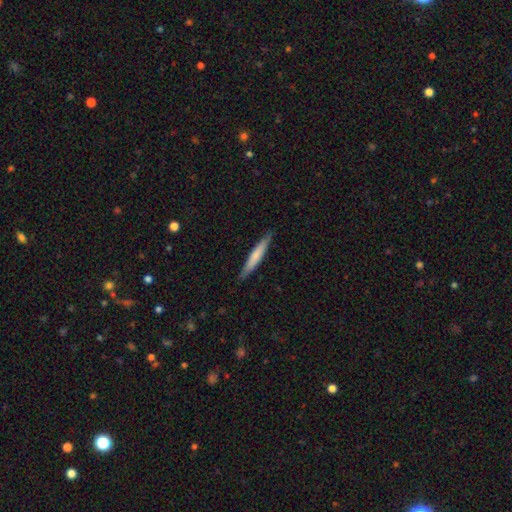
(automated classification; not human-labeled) Overall: smooth (66%; featured or disk 29%). How rounded: cigar-shaped (94%). Merging: none (87%).